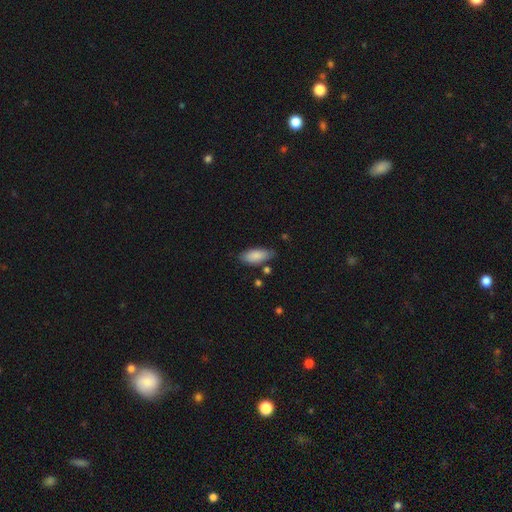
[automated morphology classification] Overall: smooth (86%). How rounded: in between (83%). Merging: none (76%).